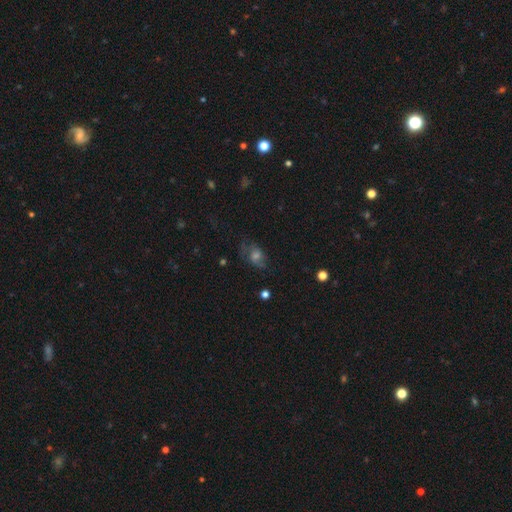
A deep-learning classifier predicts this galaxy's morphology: smooth-or-featured: featured or disk: 38% | smooth: 37% | star or artifact: 25%
  merging: none: 57% | minor disturbance: 23% | major disturbance: 18% | merger: 2%